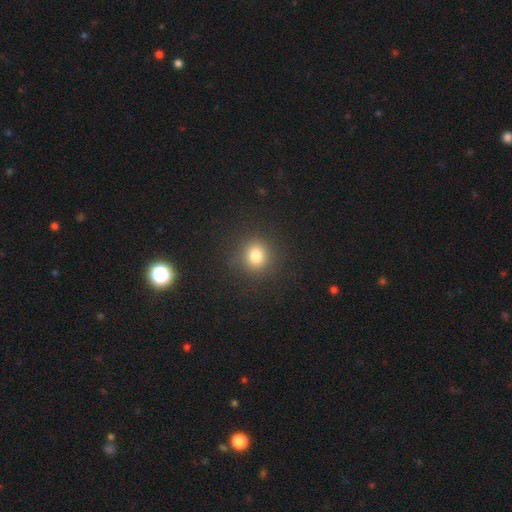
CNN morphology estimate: This is likely a smooth galaxy (80%). How rounded: clearly round (88%). Merging: clearly none (88%).